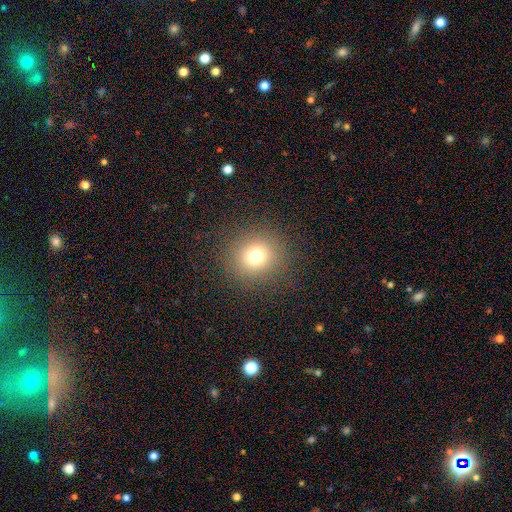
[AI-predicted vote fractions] This is likely a smooth galaxy (73%). How rounded: clearly round (90%). Merging: clearly none (87%).